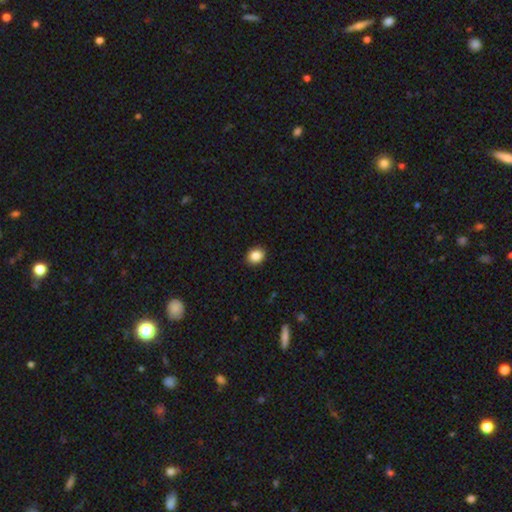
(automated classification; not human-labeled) Overall: smooth (86%). How rounded: round (60%; in between 39%). Merging: none (91%).